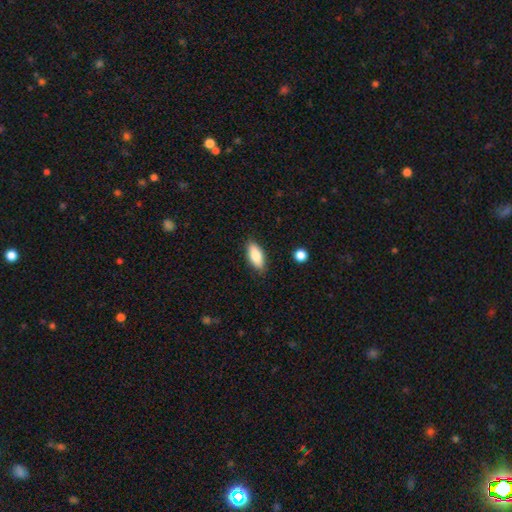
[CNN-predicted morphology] smooth-or-featured: smooth: 83% | featured or disk: 10% | star or artifact: 7%
  how-rounded: in between: 85% | cigar-shaped: 13% | round: 2%
  merging: none: 85% | minor disturbance: 11% | major disturbance: 2% | merger: 1%